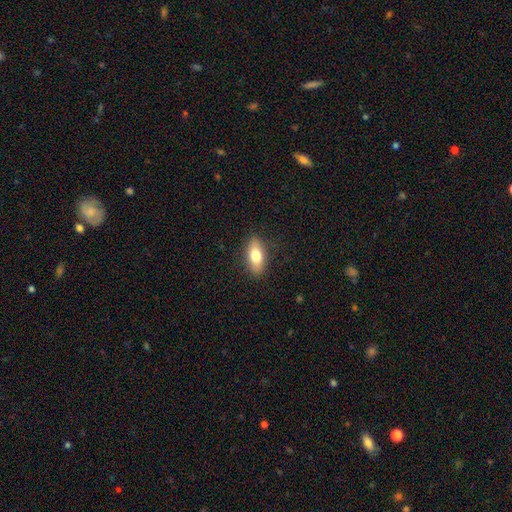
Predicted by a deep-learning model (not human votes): The model was most divided on "smooth or featured": smooth: 75%, featured or disk: 18%, star or artifact: 7%. More confident: merging — none (87%); how rounded — in between (81%).